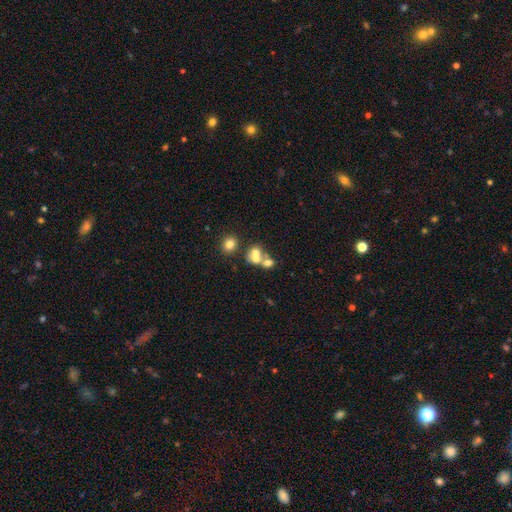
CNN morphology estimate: This appears to be a smooth galaxy with no disk features (60%) that is round (59%). Merging: merger (60%).